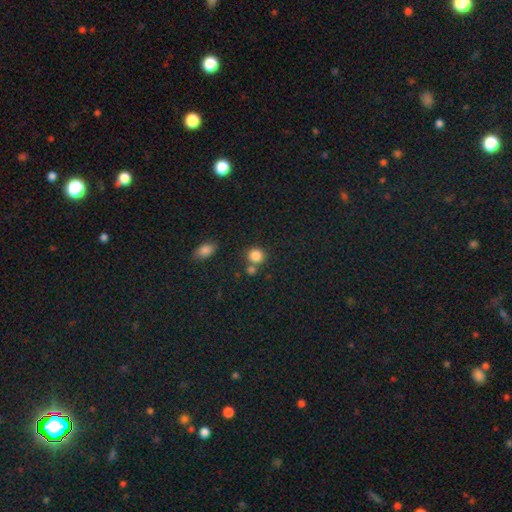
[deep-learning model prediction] Smooth or featured?
  - smooth: 84% *
  - star or artifact: 11%
  - featured or disk: 5%
How rounded?
  - round: 85% *
  - in between: 14%
  - cigar-shaped: 1%
Merging?
  - none: 66% *
  - merger: 21%
  - minor disturbance: 10%
  - major disturbance: 4%